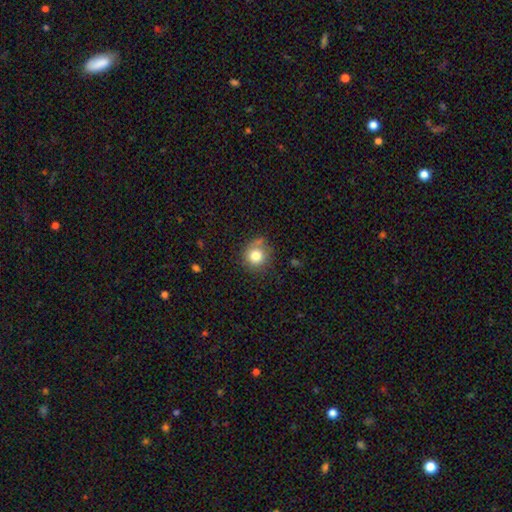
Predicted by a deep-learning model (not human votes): The model was most divided on "merging": none: 68%, minor disturbance: 20%, major disturbance: 6%, merger: 6%. More confident: how rounded — round (89%); smooth or featured — smooth (80%).